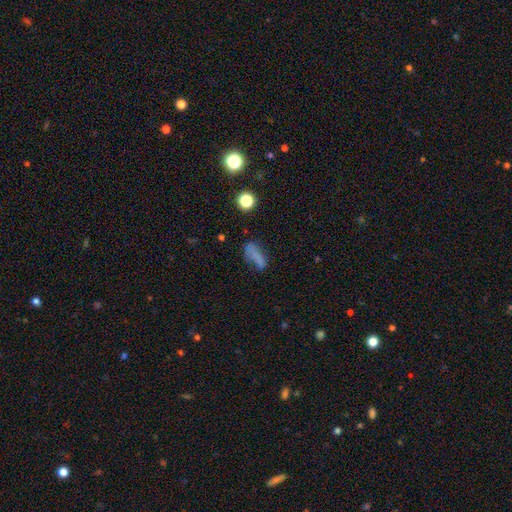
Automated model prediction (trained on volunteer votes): This appears to be a smooth galaxy with no disk features (62%) that is in between round and cigar-shaped (68%). Merging: none (44%).